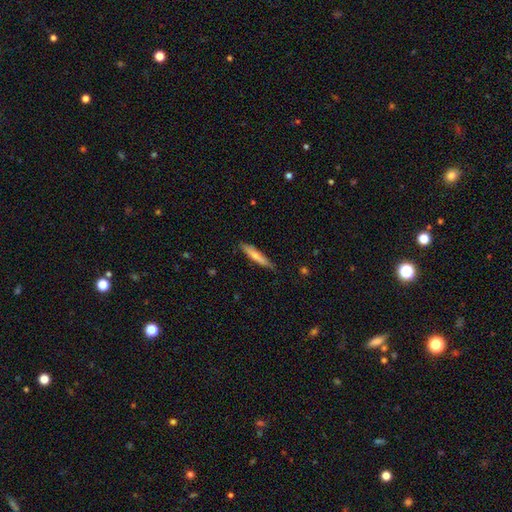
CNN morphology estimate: smooth 63%, featured or disk 32%, star or artifact 6%. Down the decision tree: how rounded — cigar-shaped (88%); merging — none (83%).